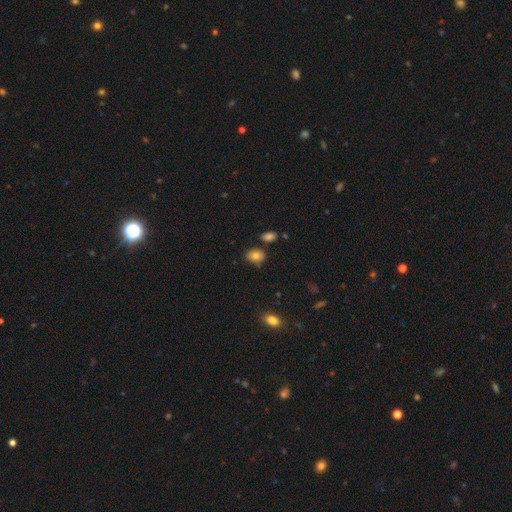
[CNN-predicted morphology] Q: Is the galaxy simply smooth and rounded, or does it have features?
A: smooth — 79%.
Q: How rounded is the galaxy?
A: in between — 58%.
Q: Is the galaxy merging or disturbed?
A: none — 72%.